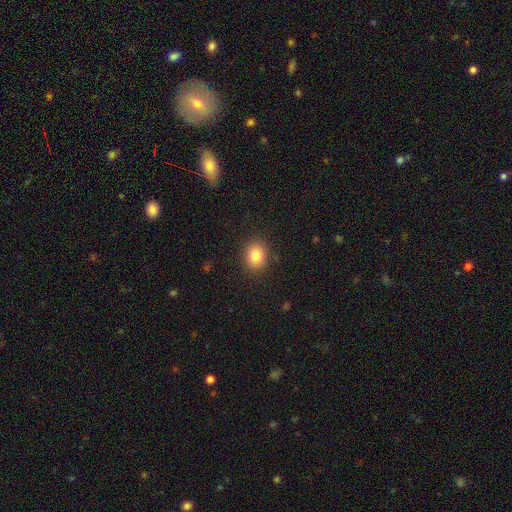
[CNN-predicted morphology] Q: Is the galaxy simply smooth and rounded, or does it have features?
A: smooth — 83%.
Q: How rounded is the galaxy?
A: round — 58%.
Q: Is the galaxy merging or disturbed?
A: none — 89%.